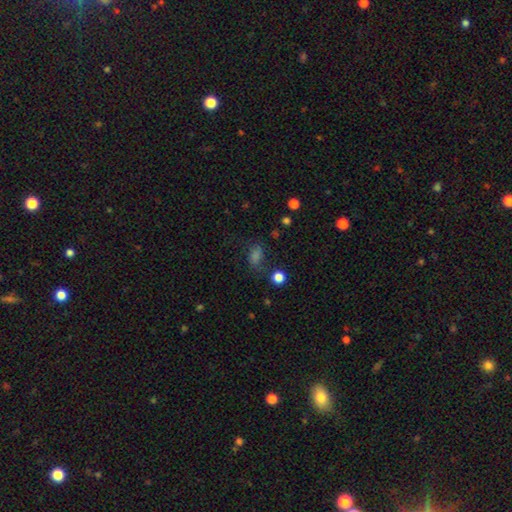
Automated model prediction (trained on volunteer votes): Q: Smooth or featured?
A: smooth (60%); runner-up: star or artifact (27%)
Q: How rounded?
A: in between (75%); runner-up: round (21%)
Q: Merging?
A: none (63%); runner-up: minor disturbance (20%)